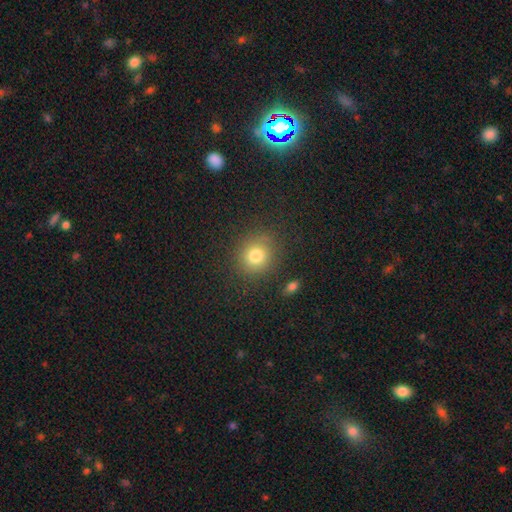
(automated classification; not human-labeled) Smooth or featured: smooth — 79% (star or artifact — 13%)
How rounded: round — 81% (in between — 18%)
Merging: none — 84% (minor disturbance — 10%)